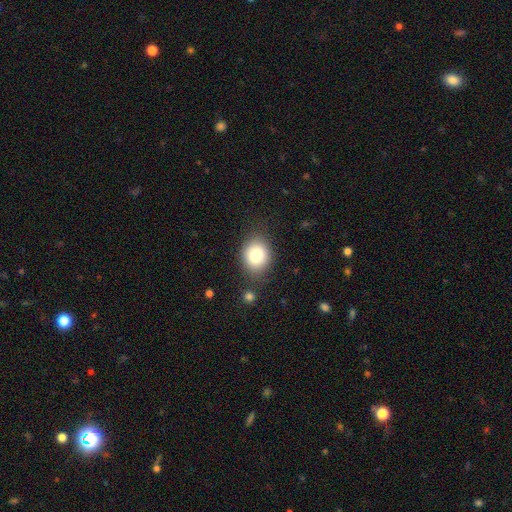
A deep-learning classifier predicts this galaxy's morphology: Q: Smooth or featured?
A: smooth (81%); runner-up: star or artifact (9%)
Q: How rounded?
A: round (58%); runner-up: in between (41%)
Q: Merging?
A: none (80%); runner-up: minor disturbance (13%)